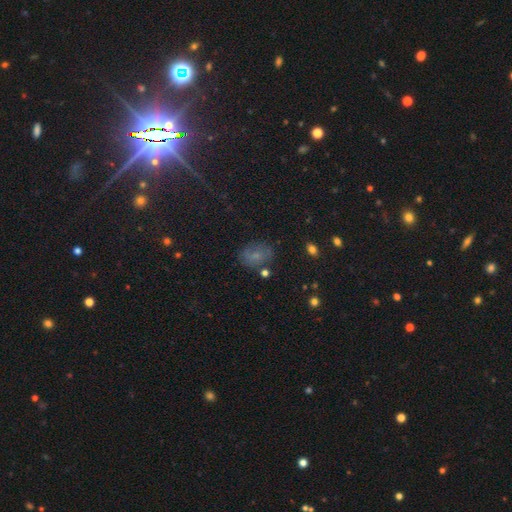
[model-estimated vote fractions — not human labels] smooth 63%, star or artifact 18%, featured or disk 18%. Down the decision tree: how rounded — in between (69%); merging — none (70%).